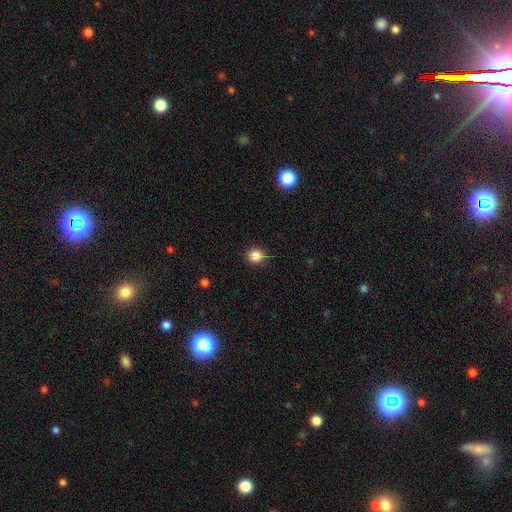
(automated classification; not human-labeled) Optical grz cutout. It shows a smooth galaxy with no disk features (85%) that is round (83%). Merging: none (84%).